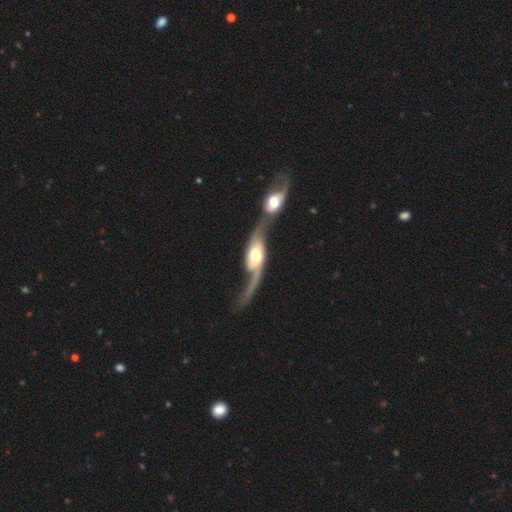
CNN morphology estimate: Smooth or featured? Predicted: featured or disk (p=0.77). Edge-on disk? Predicted: no (p=0.83). Bar? Predicted: no (p=0.53). Spiral arms? Predicted: yes (p=0.87). Spiral winding? Predicted: loose (p=0.82). Spiral arm count? Predicted: 2 (p=0.79). Bulge size? Predicted: moderate (p=0.53). Merging? Predicted: merger (p=0.67).